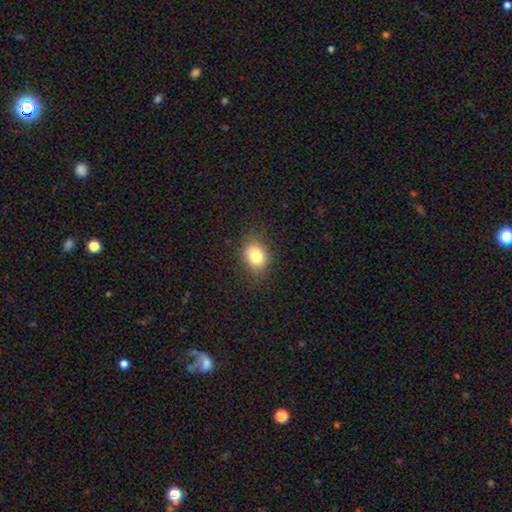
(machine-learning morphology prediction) Q: Smooth or featured?
A: smooth (79%); runner-up: star or artifact (12%)
Q: How rounded?
A: in between (52%); runner-up: round (47%)
Q: Merging?
A: none (81%); runner-up: minor disturbance (14%)